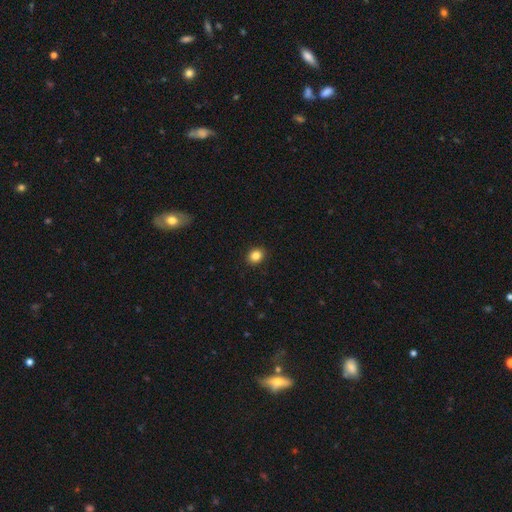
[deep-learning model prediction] smooth 85%, star or artifact 10%, featured or disk 5%. Down the decision tree: how rounded — round (63%); merging — none (91%).